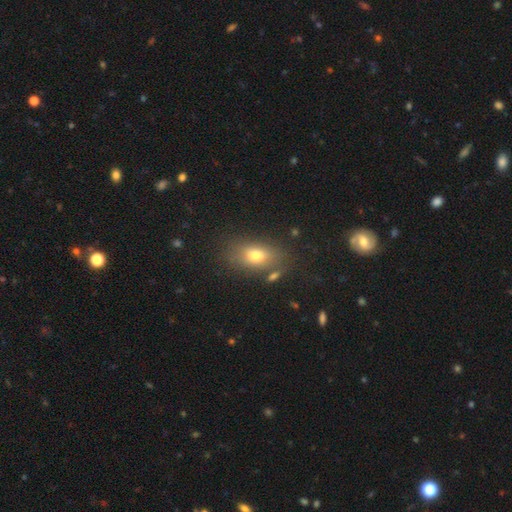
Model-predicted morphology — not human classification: smooth_or_featured: smooth (p=0.74) [alt: featured or disk p=0.15]
how_rounded: in between (p=0.81) [alt: round p=0.14]
merging: none (p=0.74) [alt: minor disturbance p=0.14]